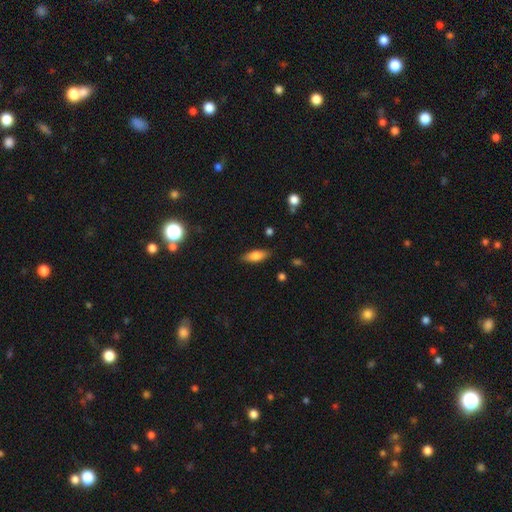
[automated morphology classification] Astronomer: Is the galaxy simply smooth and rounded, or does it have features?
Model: smooth — 77%.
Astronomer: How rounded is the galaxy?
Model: in between — 72%.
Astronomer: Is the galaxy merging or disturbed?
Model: none — 84%.